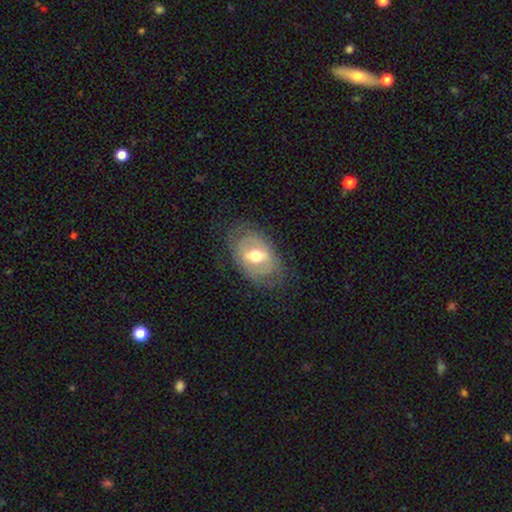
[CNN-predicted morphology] smooth-or-featured: featured or disk: 62% | smooth: 30% | star or artifact: 7%
  disk-edge-on: no: 92% | yes: 8%
    bar: weak: 40% | strong: 31% | no: 29%
    has-spiral-arms: no: 60% | yes: 40%
    bulge-size: moderate: 68% | large: 23% | small: 6% | dominant: 2% | none: 1%
  merging: none: 70% | minor disturbance: 18% | major disturbance: 10% | merger: 1%